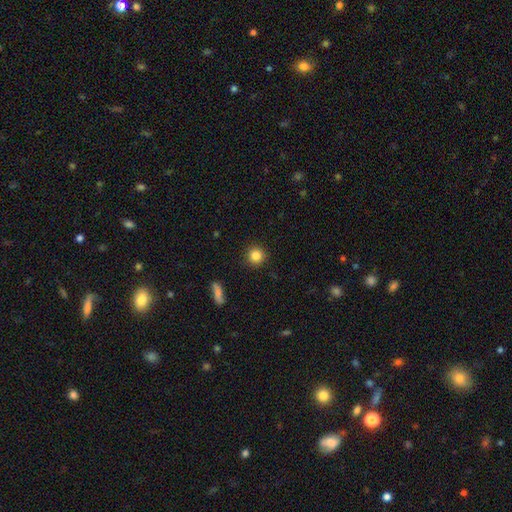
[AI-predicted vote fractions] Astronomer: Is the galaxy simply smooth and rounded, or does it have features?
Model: smooth — 83%.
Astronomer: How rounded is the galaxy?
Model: round — 94%.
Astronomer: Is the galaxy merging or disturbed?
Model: none — 91%.